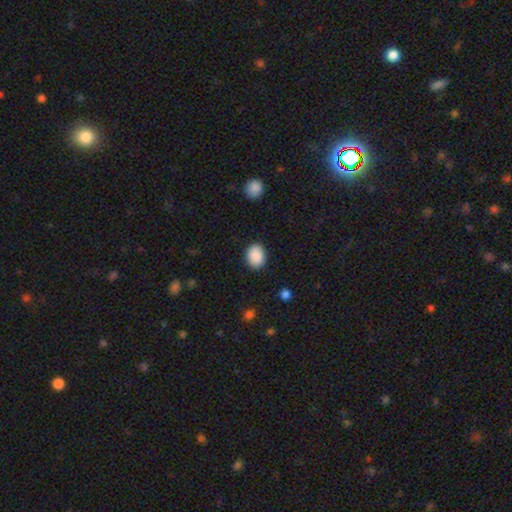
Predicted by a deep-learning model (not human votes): Smooth or featured? smooth (90%)
How rounded? in between (66%)
Merging? none (88%)